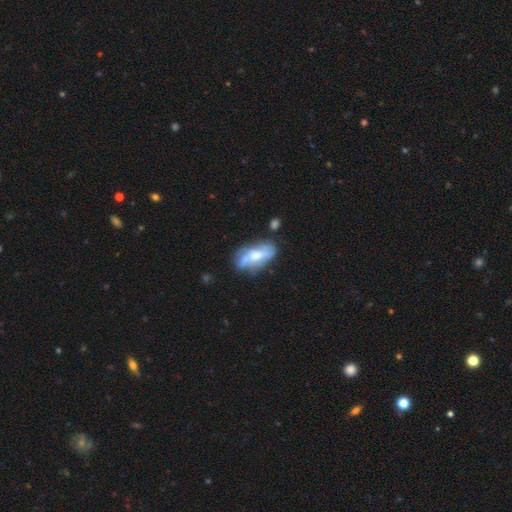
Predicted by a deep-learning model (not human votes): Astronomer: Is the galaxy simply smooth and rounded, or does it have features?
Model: featured or disk — 51% (runner-up: smooth, 41%).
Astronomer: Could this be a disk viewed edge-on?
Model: no — 84%.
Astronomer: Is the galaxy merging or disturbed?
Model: none — 46% (runner-up: minor disturbance, 25%).